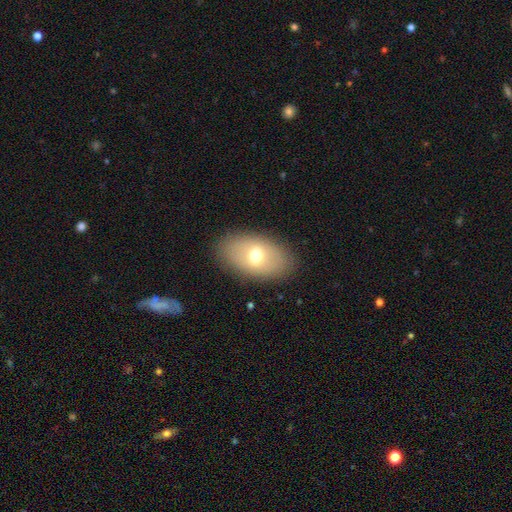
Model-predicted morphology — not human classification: Q: Smooth or featured?
A: smooth (63%); runner-up: featured or disk (29%)
Q: How rounded?
A: in between (90%); runner-up: round (9%)
Q: Merging?
A: none (86%); runner-up: minor disturbance (9%)